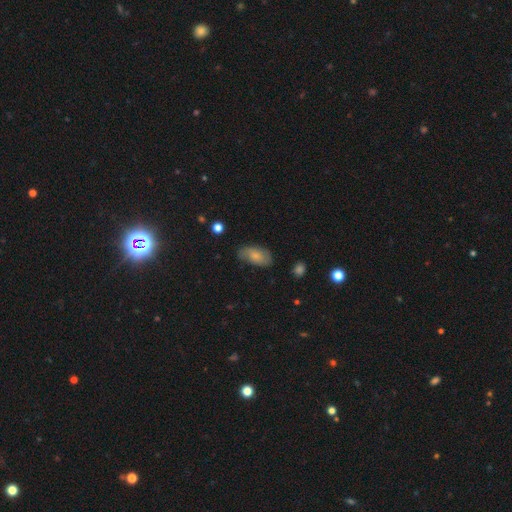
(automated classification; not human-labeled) Smooth or featured? Predicted: smooth (p=0.67). How rounded? Predicted: in between (p=0.93). Merging? Predicted: none (p=0.70).